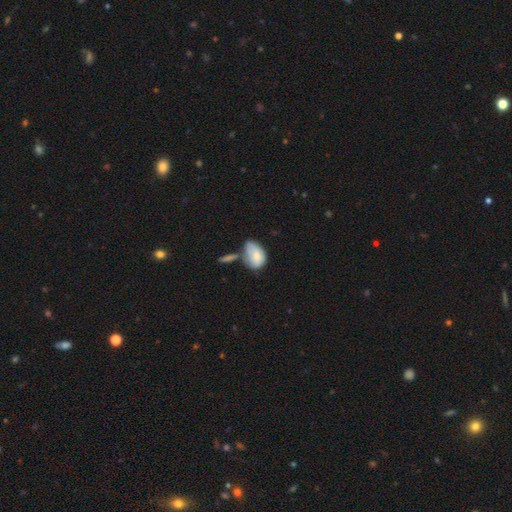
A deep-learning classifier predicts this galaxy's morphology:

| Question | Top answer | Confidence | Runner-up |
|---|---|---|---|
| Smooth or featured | smooth | 77% | featured or disk (17%) |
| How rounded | in between | 85% | round (13%) |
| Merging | none | 32% | minor disturbance (29%) |